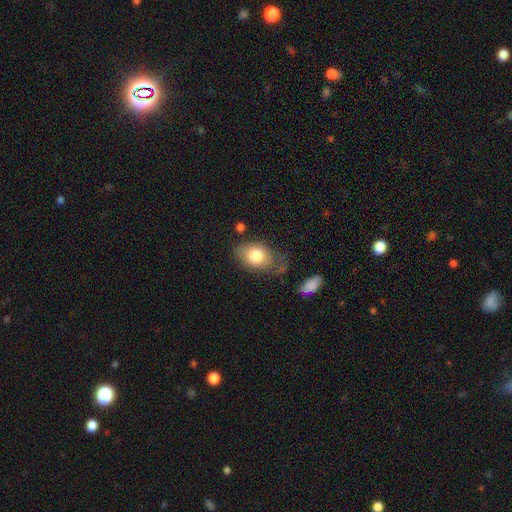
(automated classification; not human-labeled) smooth-or-featured: smooth: 79% | featured or disk: 14% | star or artifact: 7%
  how-rounded: in between: 81% | round: 17% | cigar-shaped: 1%
  merging: none: 58% | minor disturbance: 25% | major disturbance: 10% | merger: 7%